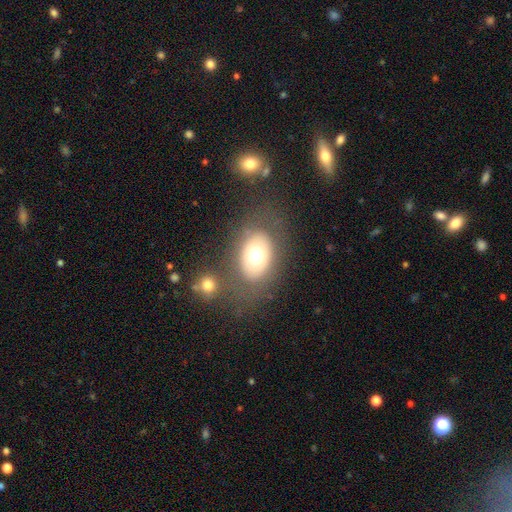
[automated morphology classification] This is likely a smooth galaxy (67%). How rounded: likely in between (76%). Merging: likely none (68%).